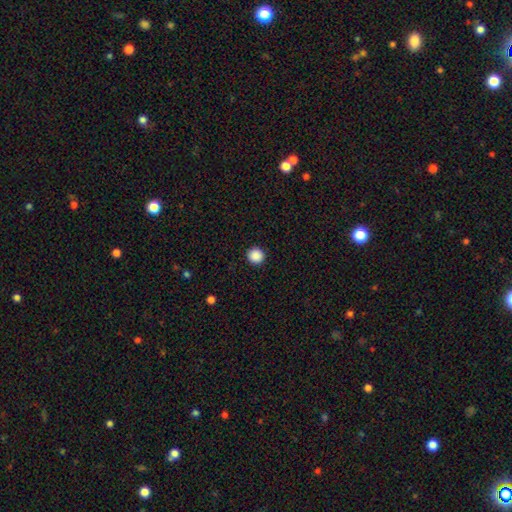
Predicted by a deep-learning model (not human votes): Q: Smooth or featured?
A: smooth (89%); runner-up: star or artifact (9%)
Q: How rounded?
A: round (95%); runner-up: in between (4%)
Q: Merging?
A: none (93%); runner-up: minor disturbance (4%)